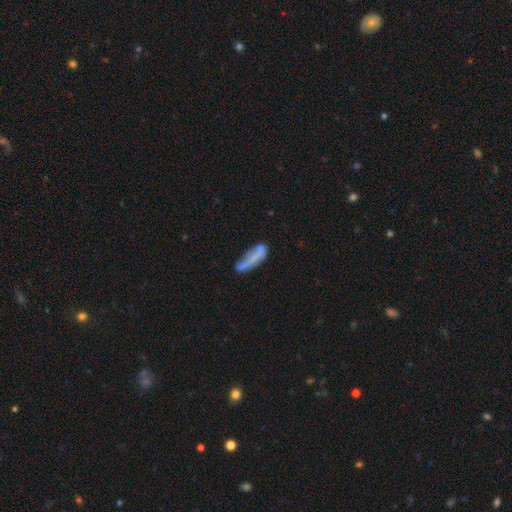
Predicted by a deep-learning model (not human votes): This appears to be a smooth galaxy with no disk features (64%) that is cigar-shaped (63%). Merging: none (39%).